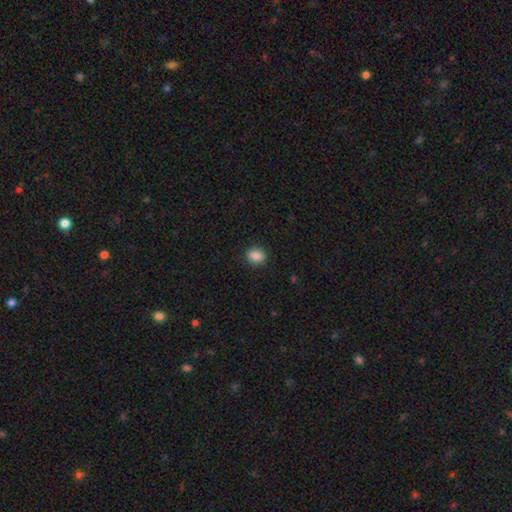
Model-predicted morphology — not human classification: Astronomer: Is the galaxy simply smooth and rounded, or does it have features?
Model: smooth — 88%.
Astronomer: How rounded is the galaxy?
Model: in between — 50% (runner-up: round, 48%).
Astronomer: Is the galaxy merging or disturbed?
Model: none — 88%.